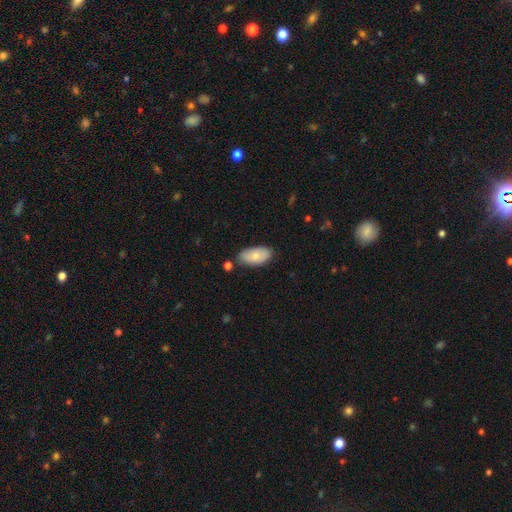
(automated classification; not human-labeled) This appears to be a smooth galaxy with no disk features (75%) that is in between round and cigar-shaped (94%). Merging: none (73%).